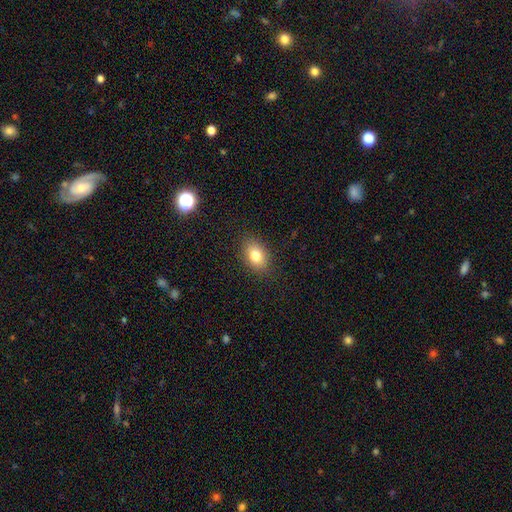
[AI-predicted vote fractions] The model was most divided on "how rounded": in between: 80%, round: 19%, cigar-shaped: 1%. More confident: merging — none (87%); smooth or featured — smooth (79%).